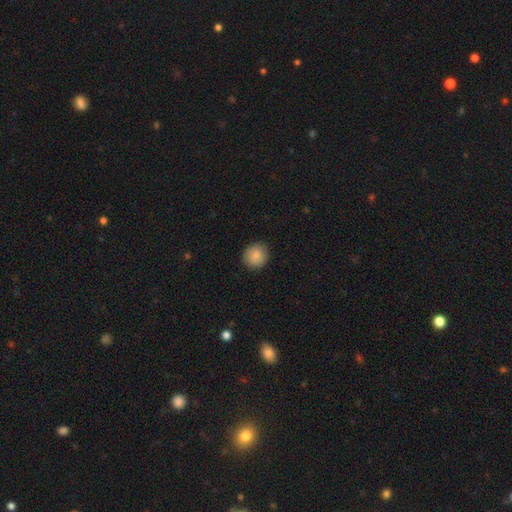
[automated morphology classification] Smooth or featured? Predicted: smooth (p=0.85). How rounded? Predicted: round (p=0.87). Merging? Predicted: none (p=0.89).